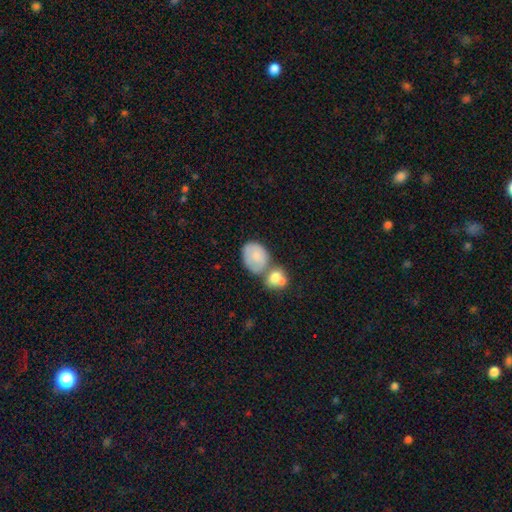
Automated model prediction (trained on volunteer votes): The model was most divided on "merging": merger: 47%, none: 28%, minor disturbance: 16%, major disturbance: 8%. More confident: smooth or featured — smooth (74%); how rounded — in between (68%).